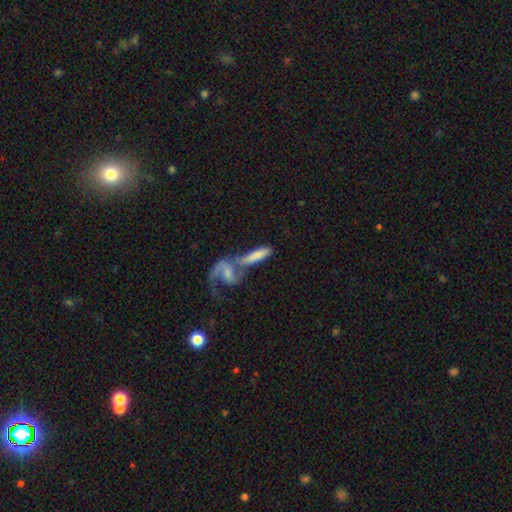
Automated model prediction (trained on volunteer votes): smooth 57%, featured or disk 36%, star or artifact 7%. Down the decision tree: how rounded — cigar-shaped (65%); merging — merger (57%).